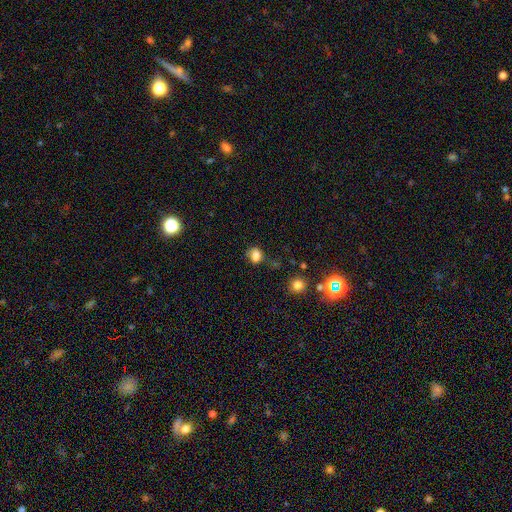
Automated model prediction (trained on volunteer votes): Morphology: type=smooth (78%); roundness=in between (51%); merging=none (55%).